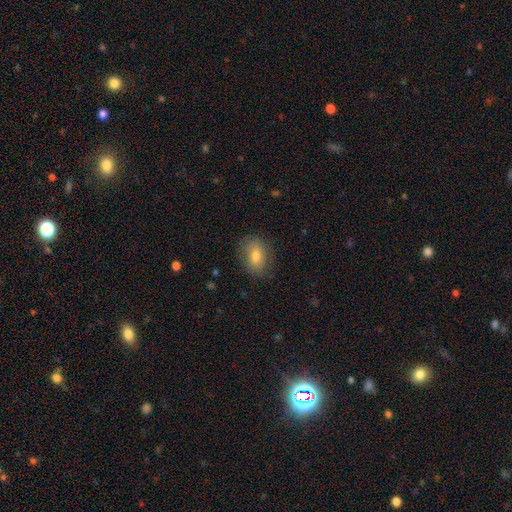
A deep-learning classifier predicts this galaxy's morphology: Smooth or featured: smooth — 69% (featured or disk — 22%)
How rounded: in between — 74% (round — 24%)
Merging: none — 80% (minor disturbance — 15%)